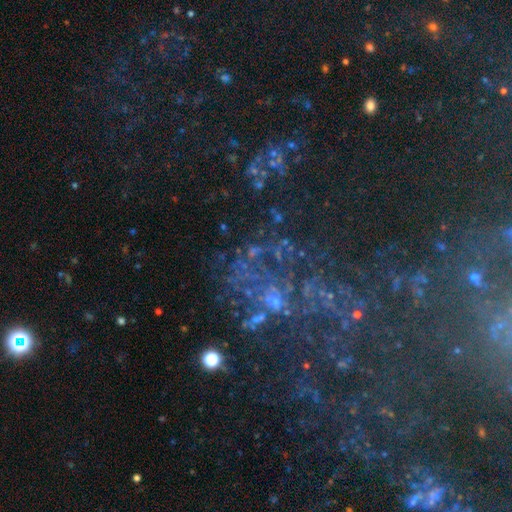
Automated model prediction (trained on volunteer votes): A star or artifact, not a galaxy (58%).